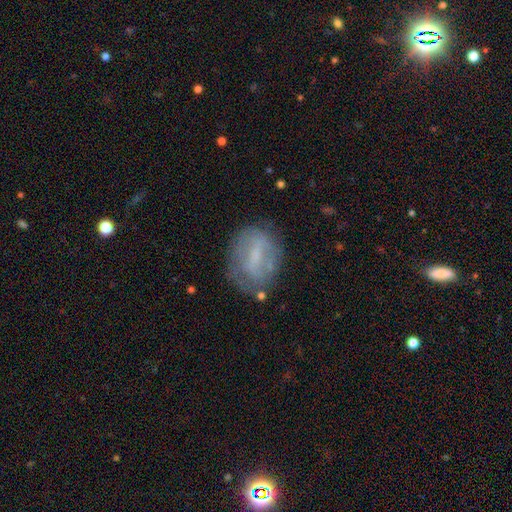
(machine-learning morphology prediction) smooth-or-featured: featured or disk: 47% | smooth: 43% | star or artifact: 10%
  merging: none: 67% | minor disturbance: 21% | major disturbance: 9% | merger: 3%